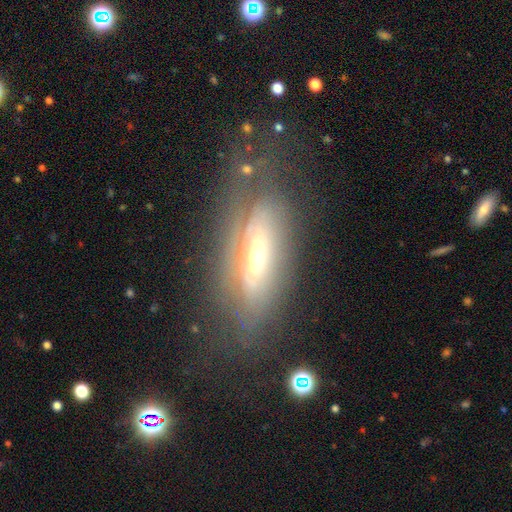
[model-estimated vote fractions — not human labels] smooth_or_featured: featured or disk (p=0.70) [alt: smooth p=0.22]
disk_edge_on: no (p=0.62) [alt: yes p=0.38]
merging: none (p=0.63) [alt: minor disturbance p=0.21]